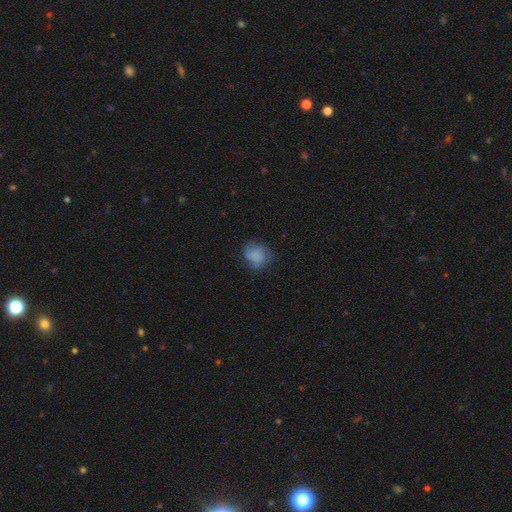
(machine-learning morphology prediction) The model was most divided on "how rounded": round: 64%, in between: 35%, cigar-shaped: 1%. More confident: smooth or featured — smooth (72%); merging — none (61%).